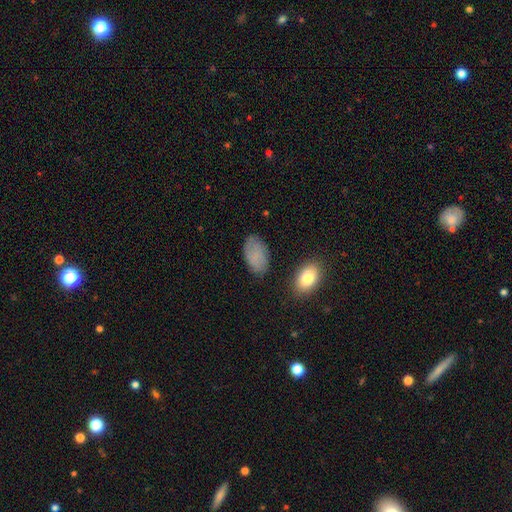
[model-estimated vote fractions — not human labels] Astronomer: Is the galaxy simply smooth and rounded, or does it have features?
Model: smooth — 75%.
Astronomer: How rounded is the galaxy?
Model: in between — 94%.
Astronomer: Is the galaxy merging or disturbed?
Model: none — 76%.